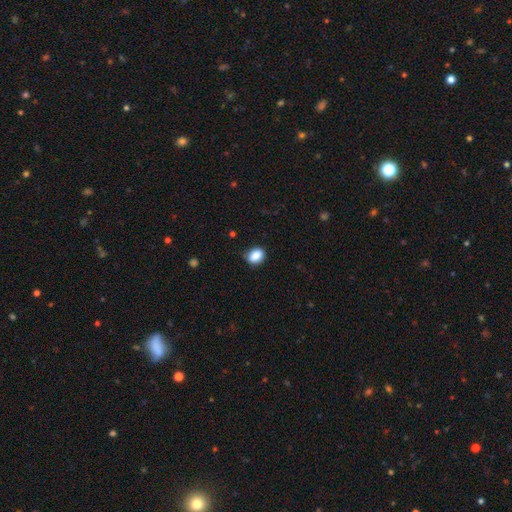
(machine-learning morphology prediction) Smooth or featured: smooth — 87% (star or artifact — 8%)
How rounded: in between — 66% (round — 33%)
Merging: none — 83% (minor disturbance — 14%)